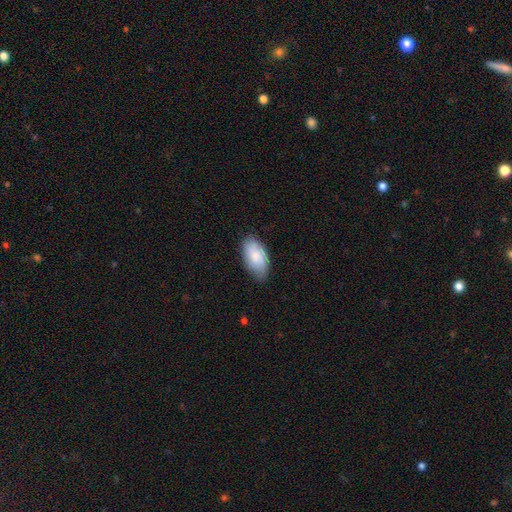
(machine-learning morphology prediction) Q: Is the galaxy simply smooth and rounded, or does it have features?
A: smooth — 79%.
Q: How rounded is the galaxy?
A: in between — 95%.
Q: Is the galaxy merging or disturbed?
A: none — 73%.